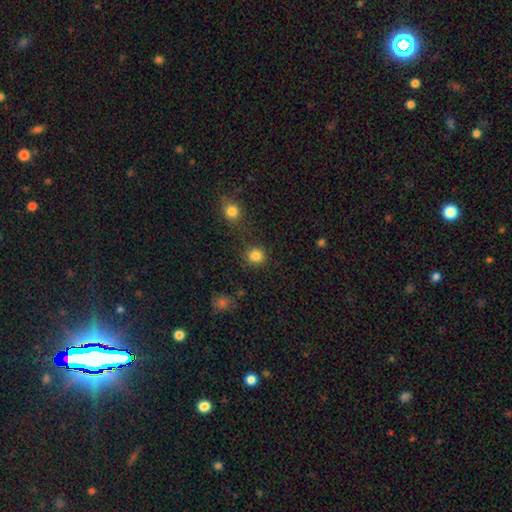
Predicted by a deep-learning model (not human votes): The model was most divided on "smooth or featured": smooth: 84%, star or artifact: 12%, featured or disk: 4%. More confident: how rounded — round (90%); merging — none (84%).